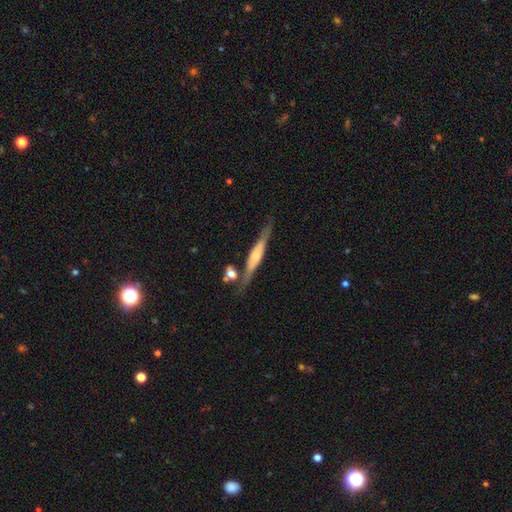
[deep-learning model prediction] smooth_or_featured: featured or disk (p=0.65) [alt: smooth p=0.28]
disk_edge_on: yes (p=0.95) [alt: no p=0.05]
edge_on_bulge: rounded (p=0.68) [alt: boxy p=0.21]
merging: none (p=0.74) [alt: minor disturbance p=0.13]